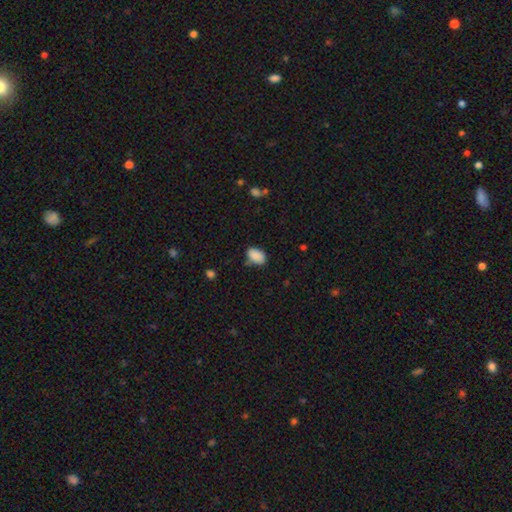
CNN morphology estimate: smooth_or_featured: smooth (p=0.88) [alt: star or artifact p=0.08]
how_rounded: in between (p=0.89) [alt: round p=0.09]
merging: none (p=0.71) [alt: minor disturbance p=0.22]